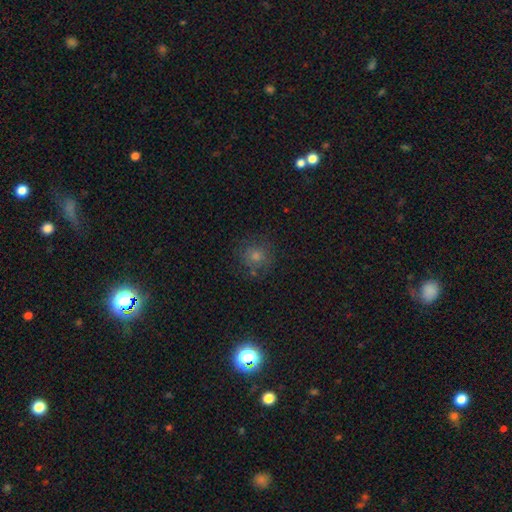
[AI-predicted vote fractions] Morphology: type=smooth (57%); roundness=round (92%); merging=none (83%).